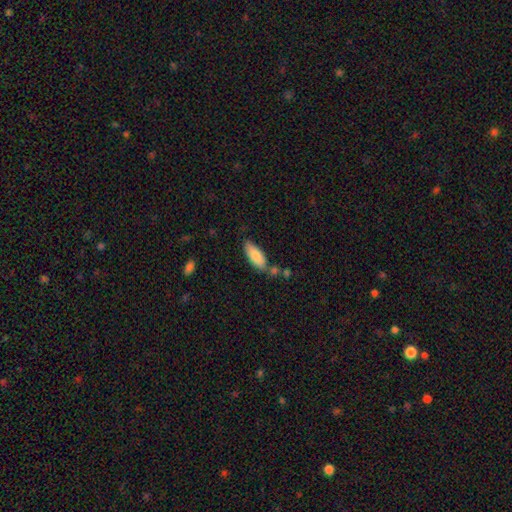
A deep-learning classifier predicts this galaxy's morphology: This is clearly a smooth galaxy (83%). How rounded: likely in between (77%). Merging: likely none (69%).